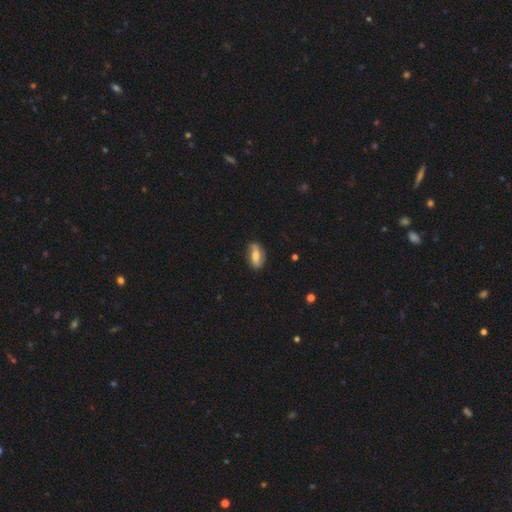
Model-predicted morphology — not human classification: Q: Smooth or featured?
A: featured or disk (50%); runner-up: smooth (43%)
Q: Edge-on disk?
A: no (85%); runner-up: yes (15%)
Q: Merging?
A: none (75%); runner-up: minor disturbance (19%)